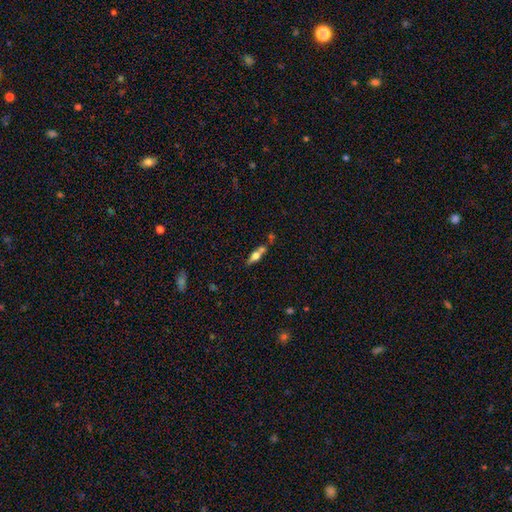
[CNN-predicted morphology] Smooth or featured? smooth (49%)
Merging? none (52%)